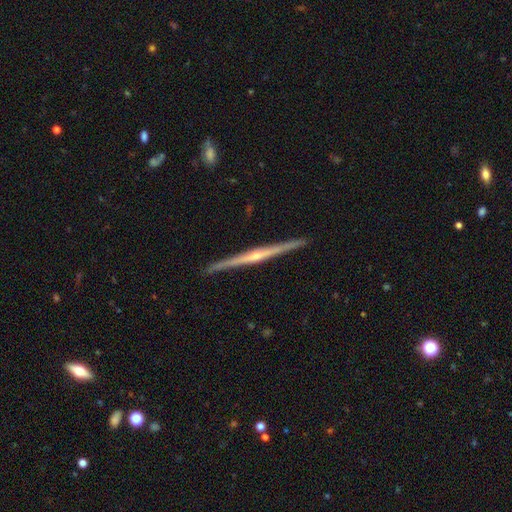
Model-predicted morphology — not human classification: A featured or disk galaxy (84%) viewed edge-on (99%) with a rounded central bulge (77%).

Vote fractions:
- Smooth or featured? featured or disk: 84% / smooth: 11% / star or artifact: 5%
- Edge-on disk? yes: 99% / no: 1%
- Edge-on bulge? rounded: 77% / none: 17% / boxy: 6%
- Merging? none: 92% / minor disturbance: 6% / major disturbance: 1% / merger: 1%